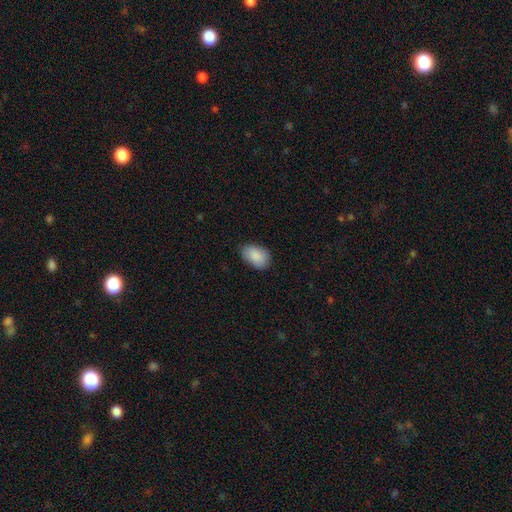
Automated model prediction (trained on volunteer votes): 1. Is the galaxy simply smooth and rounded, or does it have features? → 89% smooth, 6% star or artifact, 5% featured or disk.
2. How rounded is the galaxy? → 88% in between, 10% round, 1% cigar-shaped.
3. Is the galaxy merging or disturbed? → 77% none, 19% minor disturbance, 3% major disturbance, 1% merger.